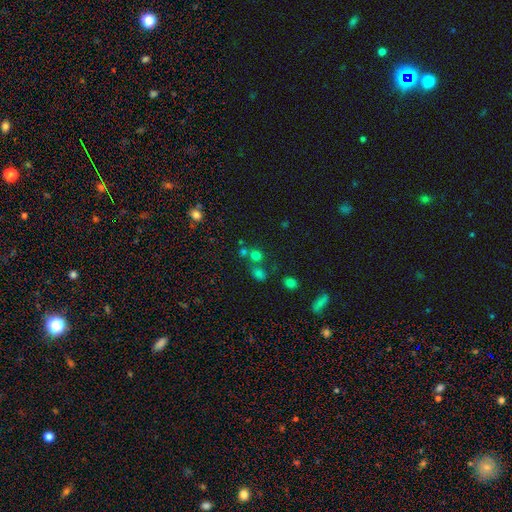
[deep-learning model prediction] Smooth or featured?
  - smooth: 66% *
  - star or artifact: 25%
  - featured or disk: 9%
How rounded?
  - round: 81% *
  - in between: 18%
  - cigar-shaped: 1%
Merging?
  - none: 56% *
  - merger: 31%
  - minor disturbance: 9%
  - major disturbance: 4%